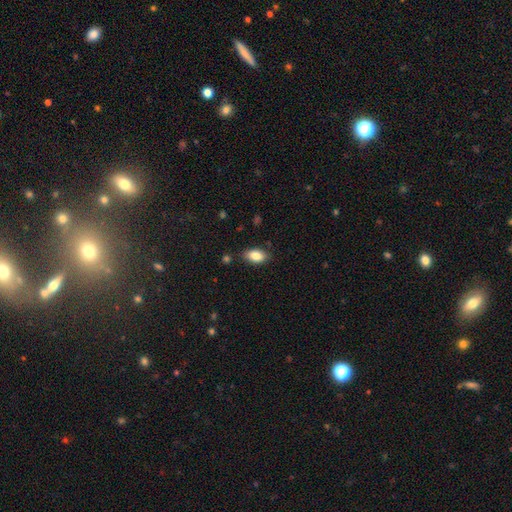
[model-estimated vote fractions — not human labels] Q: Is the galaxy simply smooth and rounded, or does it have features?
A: smooth — 85%.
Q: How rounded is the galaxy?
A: in between — 91%.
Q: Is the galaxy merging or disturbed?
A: none — 81%.